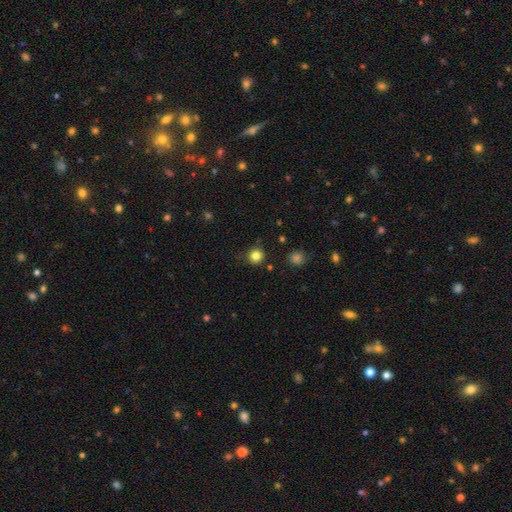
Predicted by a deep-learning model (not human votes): The model was most divided on "smooth or featured": smooth: 83%, star or artifact: 13%, featured or disk: 5%. More confident: how rounded — round (93%); merging — none (83%).